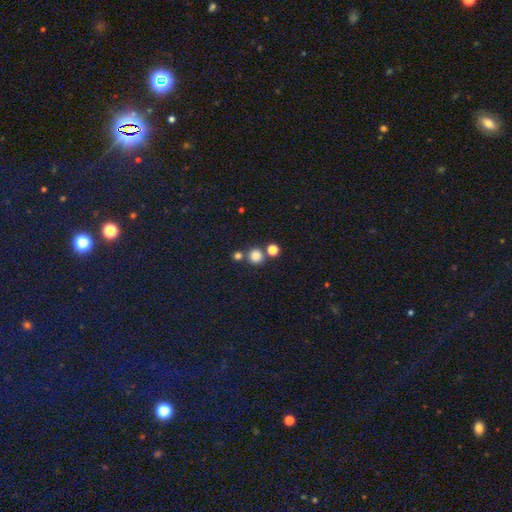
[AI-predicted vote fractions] smooth 80%, star or artifact 14%, featured or disk 5%. Down the decision tree: how rounded — round (90%); merging — none (70%).